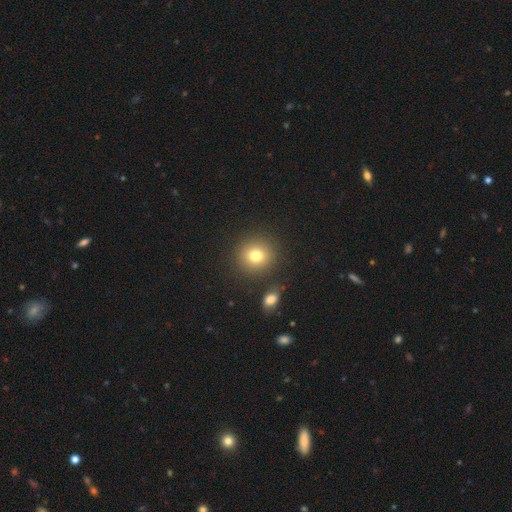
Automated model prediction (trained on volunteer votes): Morphology: type=smooth (77%); roundness=round (90%); merging=none (86%).